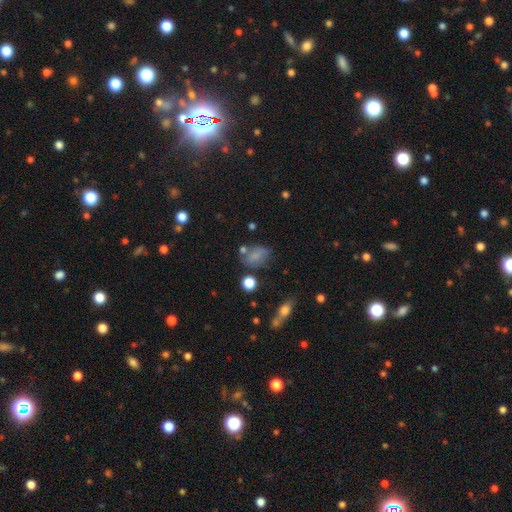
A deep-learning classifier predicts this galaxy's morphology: A smooth galaxy with no disk features (69%) that is in between round and cigar-shaped (72%).

Vote fractions:
- Smooth or featured? smooth: 69% / featured or disk: 18% / star or artifact: 13%
- How rounded? in between: 72% / round: 26% / cigar-shaped: 2%
- Merging? none: 54% / minor disturbance: 24% / merger: 12% / major disturbance: 11%